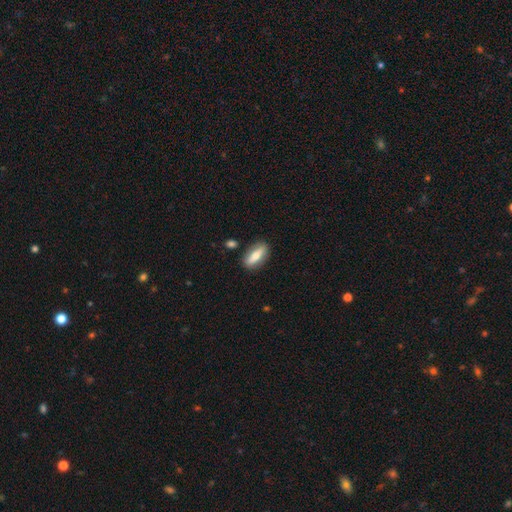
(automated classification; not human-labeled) Smooth or featured? smooth (59%)
How rounded? in between (70%)
Merging? none (85%)